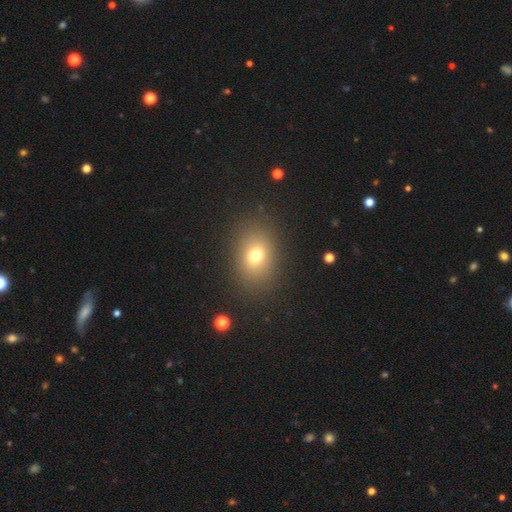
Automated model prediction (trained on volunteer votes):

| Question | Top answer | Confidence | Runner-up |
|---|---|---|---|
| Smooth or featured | smooth | 74% | star or artifact (15%) |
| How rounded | in between | 60% | round (39%) |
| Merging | none | 86% | minor disturbance (9%) |